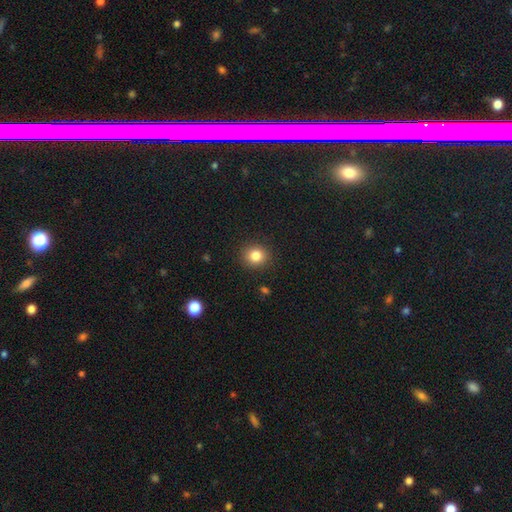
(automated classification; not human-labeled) This appears to be a smooth galaxy with no disk features (83%) that is round (83%). Merging: none (91%).